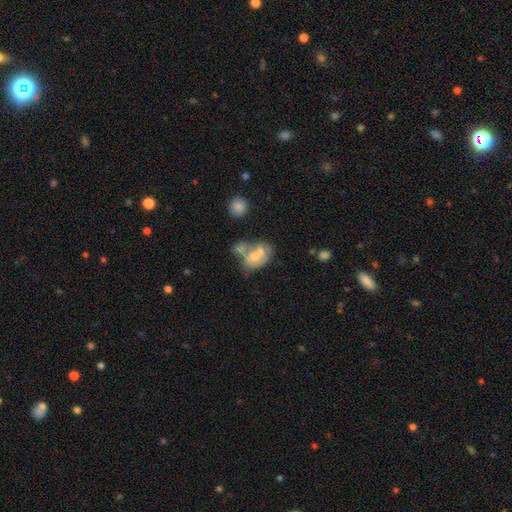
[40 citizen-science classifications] smooth-or-featured: smooth: 57% | featured or disk: 38% | star or artifact: 5%
  how-rounded: in between: 74% | round: 26% | cigar-shaped: 0%
  merging: merger: 82% | none: 11% | major disturbance: 5% | minor disturbance: 3%